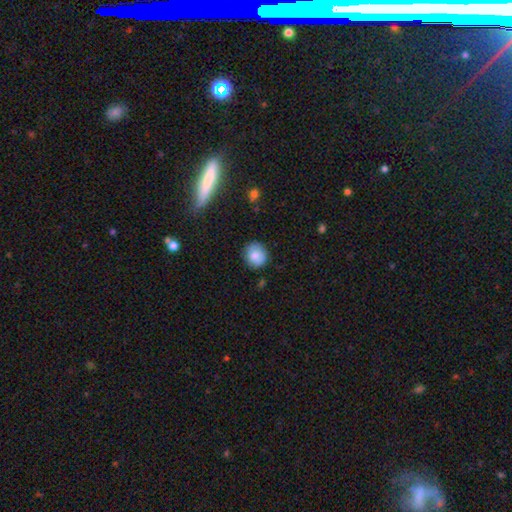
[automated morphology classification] Smooth or featured? Predicted: smooth (p=0.81). How rounded? Predicted: round (p=0.84). Merging? Predicted: none (p=0.82).